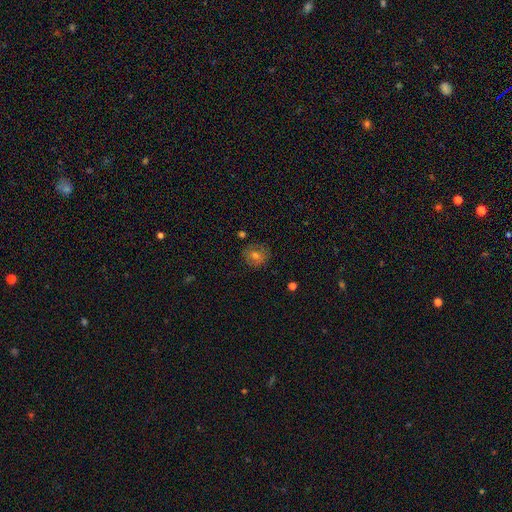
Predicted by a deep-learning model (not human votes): Overall: smooth (59%; featured or disk 27%). How rounded: round (85%). Merging: none (82%).